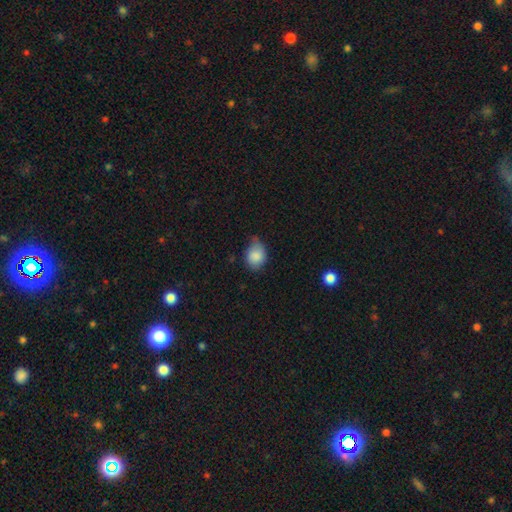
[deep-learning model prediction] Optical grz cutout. It shows a smooth galaxy with no disk features (85%) that is in between round and cigar-shaped (58%). Merging: none (45%).